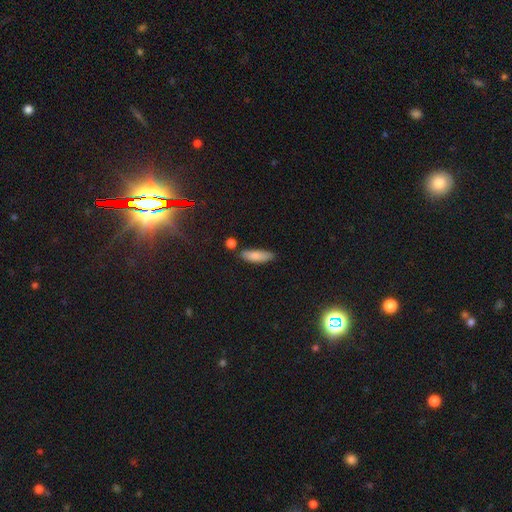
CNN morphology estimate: smooth 82%, featured or disk 10%, star or artifact 8%. Down the decision tree: how rounded — cigar-shaped (51%); merging — none (73%).